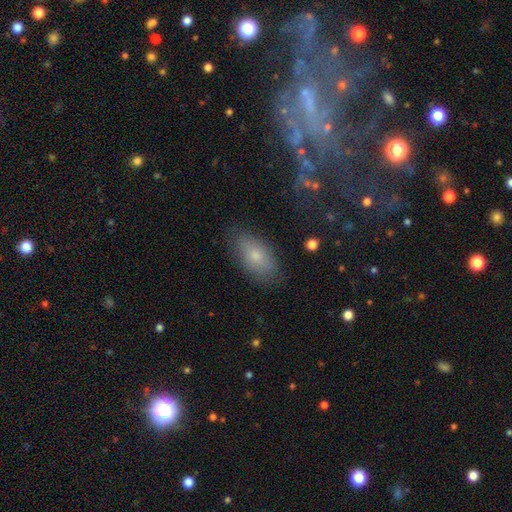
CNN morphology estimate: This is likely a smooth galaxy (75%). How rounded: clearly in between (92%). Merging: clearly none (80%).